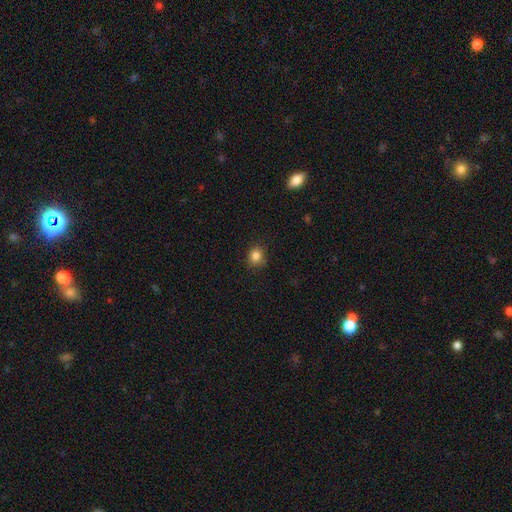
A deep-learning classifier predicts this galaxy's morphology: Q: Smooth or featured?
A: smooth (84%); runner-up: star or artifact (11%)
Q: How rounded?
A: round (81%); runner-up: in between (18%)
Q: Merging?
A: none (84%); runner-up: minor disturbance (12%)